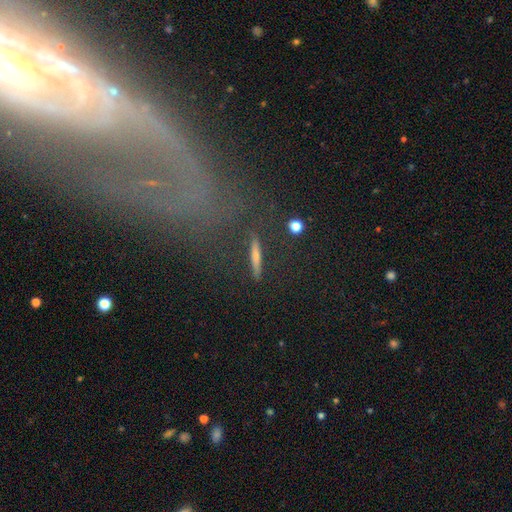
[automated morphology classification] Q: Smooth or featured?
A: featured or disk (47%); runner-up: smooth (36%)
Q: Merging?
A: none (87%); runner-up: minor disturbance (7%)